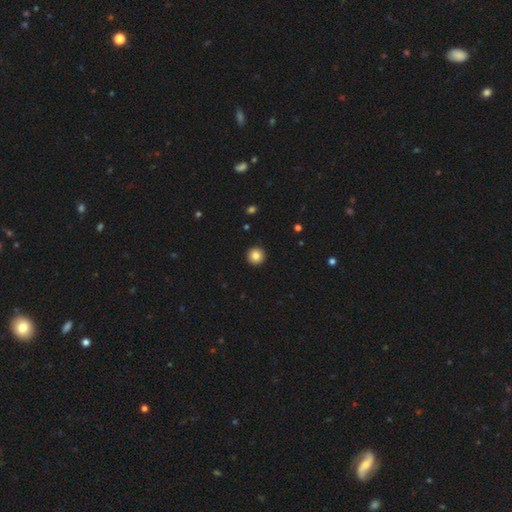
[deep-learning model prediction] A smooth galaxy with no disk features (85%) that is round (96%). Merging: none (94%).